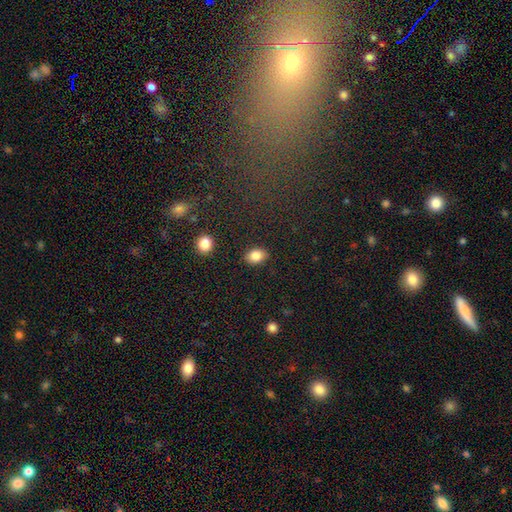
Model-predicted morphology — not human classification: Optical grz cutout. It shows a smooth galaxy with no disk features (85%) that is in between round and cigar-shaped (75%). Merging: none (87%).